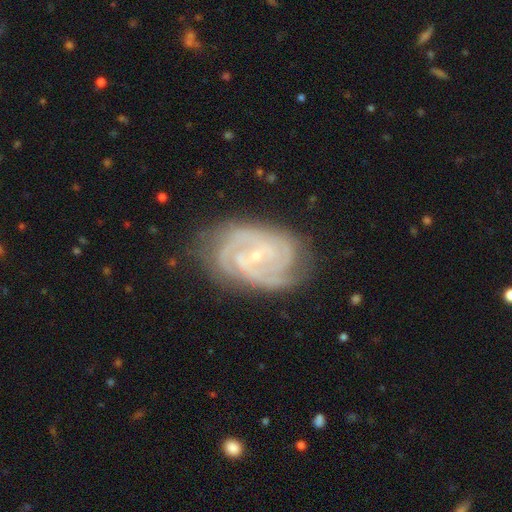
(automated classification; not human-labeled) Smooth or featured? featured or disk (90%)
Edge-on disk? no (97%)
Bar? weak (44%)
Spiral arms? yes (98%)
Spiral winding? tight (67%)
Spiral arm count? 2 (35%)
Bulge size? small (79%)
Merging? none (75%)